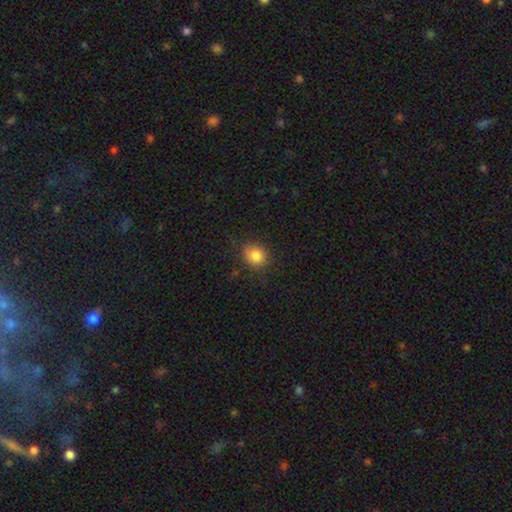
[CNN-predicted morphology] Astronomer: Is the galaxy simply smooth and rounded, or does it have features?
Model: smooth — 84%.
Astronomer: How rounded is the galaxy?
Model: round — 75%.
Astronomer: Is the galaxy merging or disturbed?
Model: none — 83%.